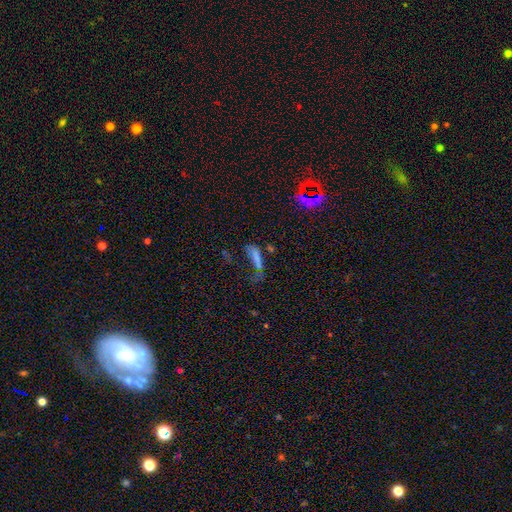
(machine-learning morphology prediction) type=smooth (49%); merging=none (34%).